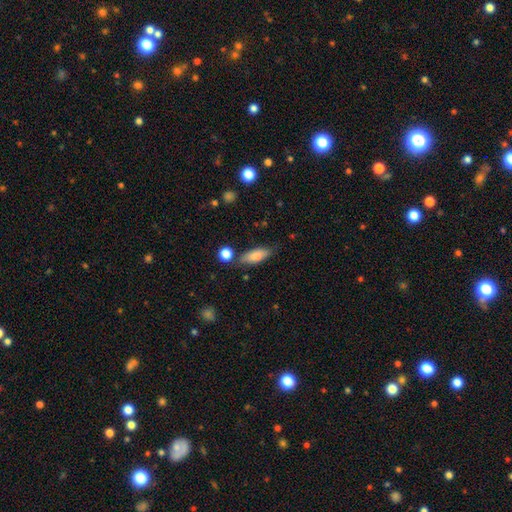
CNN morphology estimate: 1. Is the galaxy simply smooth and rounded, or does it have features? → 81% smooth, 12% featured or disk, 7% star or artifact.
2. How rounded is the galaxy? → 71% in between, 26% cigar-shaped, 3% round.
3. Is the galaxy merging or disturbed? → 73% none, 17% minor disturbance, 6% merger, 4% major disturbance.